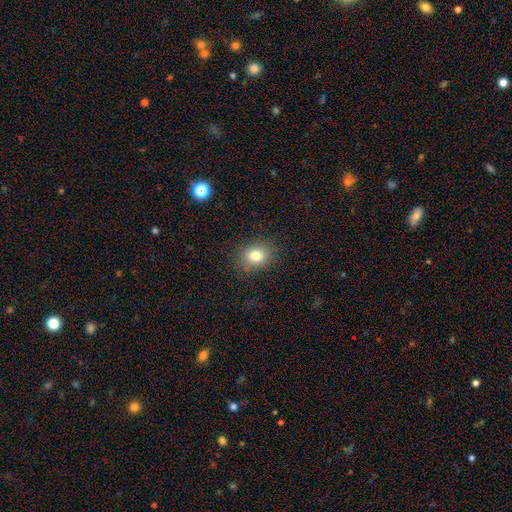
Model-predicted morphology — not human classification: type=smooth (80%); roundness=in between (52%); merging=none (83%).